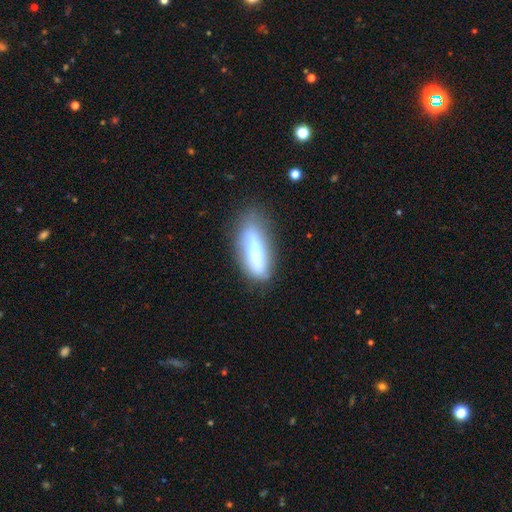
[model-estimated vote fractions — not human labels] Smooth or featured: smooth — 49% (featured or disk — 43%)
Merging: none — 73% (minor disturbance — 18%)